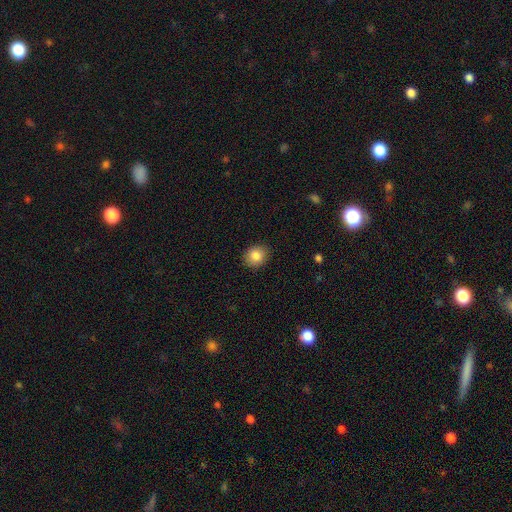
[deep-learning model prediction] This appears to be a smooth galaxy with no disk features (85%) that is round (60%). Merging: none (89%).